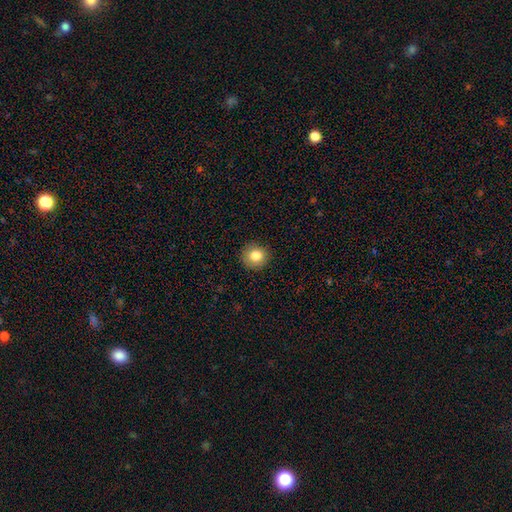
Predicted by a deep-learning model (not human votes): A smooth galaxy with no disk features (82%) that is round (92%).

Vote fractions:
- Smooth or featured? smooth: 82% / star or artifact: 10% / featured or disk: 7%
- How rounded? round: 92% / in between: 7% / cigar-shaped: 1%
- Merging? none: 91% / minor disturbance: 6% / major disturbance: 2% / merger: 1%